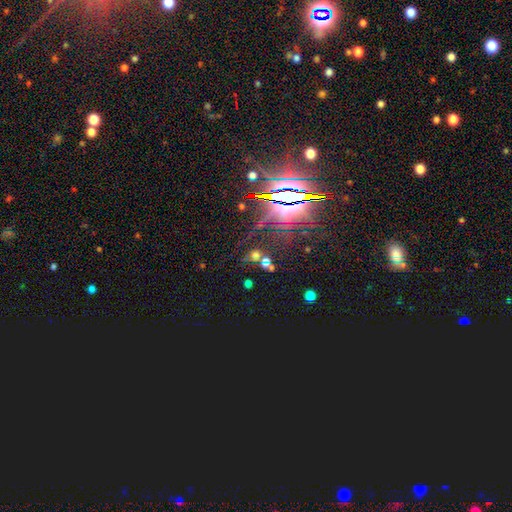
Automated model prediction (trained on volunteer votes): The model was most divided on "smooth or featured": star or artifact: 56%, smooth: 31%, featured or disk: 13%.